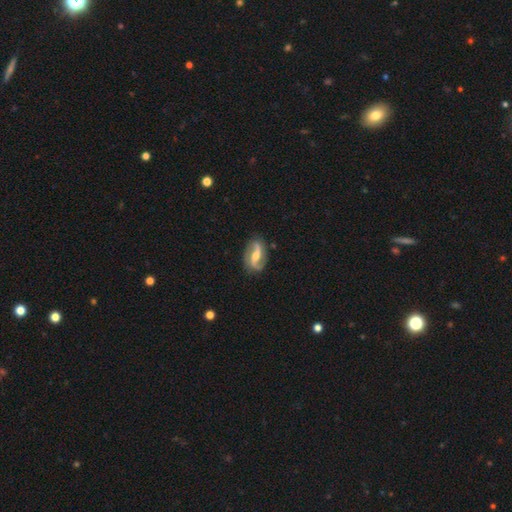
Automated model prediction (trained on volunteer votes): Smooth or featured? featured or disk (87%)
Edge-on disk? no (96%)
Bar? strong (41%)
Spiral arms? yes (96%)
Spiral winding? loose (47%)
Spiral arm count? 2 (93%)
Bulge size? moderate (60%)
Merging? none (83%)